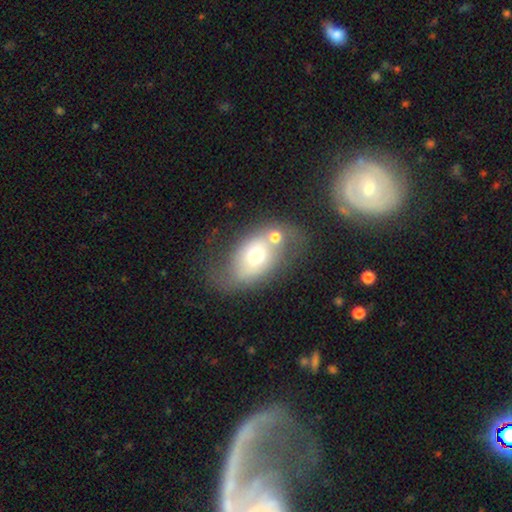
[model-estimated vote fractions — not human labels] smooth-or-featured: smooth: 50% | featured or disk: 41% | star or artifact: 9%
  how-rounded: in between: 82% | round: 17% | cigar-shaped: 2%
  merging: none: 39% | merger: 24% | minor disturbance: 20% | major disturbance: 16%